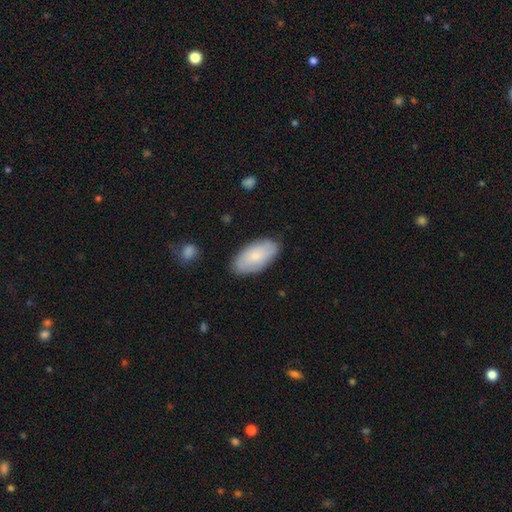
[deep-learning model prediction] A smooth galaxy with no disk features (69%) that is in between round and cigar-shaped (95%).

Vote fractions:
- Smooth or featured? smooth: 69% / featured or disk: 25% / star or artifact: 6%
- How rounded? in between: 95% / cigar-shaped: 3% / round: 2%
- Merging? none: 83% / minor disturbance: 13% / major disturbance: 3% / merger: 1%